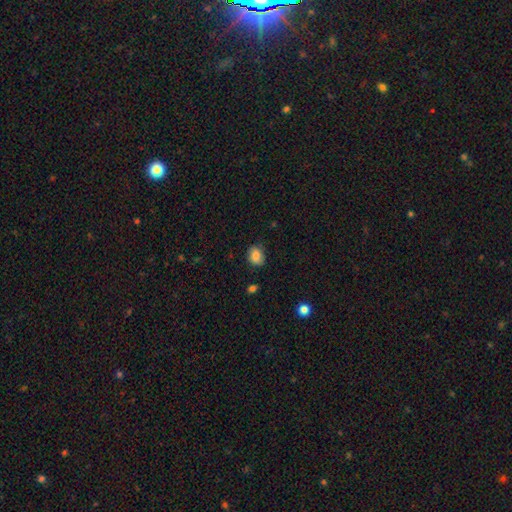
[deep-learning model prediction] Smooth or featured? Predicted: smooth (p=0.82). How rounded? Predicted: in between (p=0.57). Merging? Predicted: none (p=0.76).